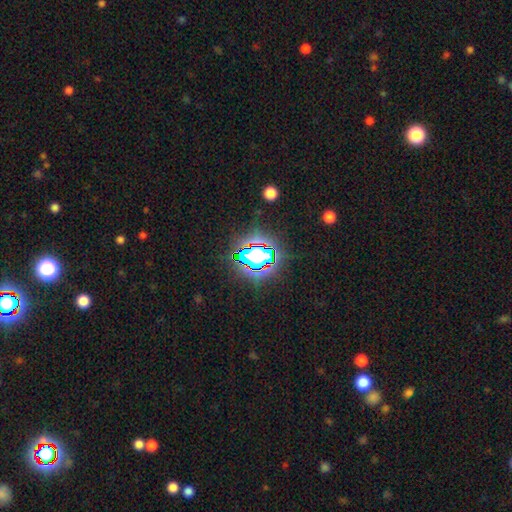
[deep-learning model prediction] This appears to be a star or artifact, not a galaxy (68%).